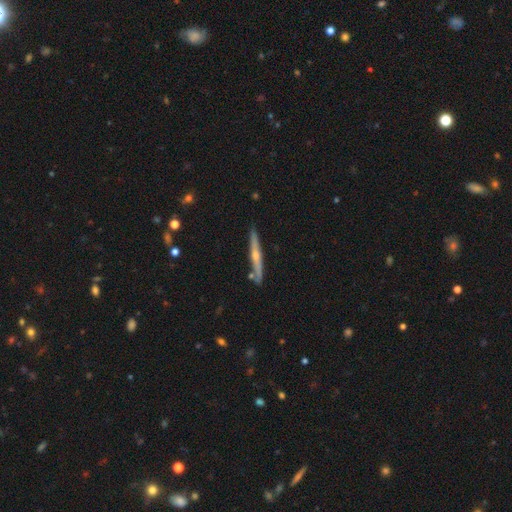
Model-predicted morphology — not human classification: Smooth or featured: featured or disk — 61% (smooth — 26%)
Edge-on disk: yes — 85% (no — 15%)
Edge-on bulge: rounded — 76% (none — 17%)
Merging: none — 78% (minor disturbance — 14%)